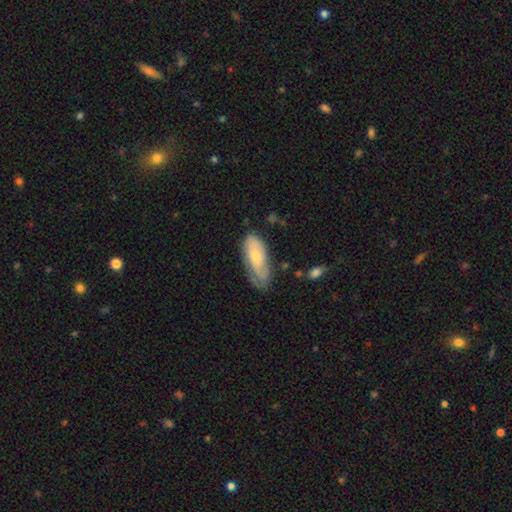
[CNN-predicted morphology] Smooth or featured?
  - smooth: 52% *
  - featured or disk: 42%
  - star or artifact: 7%
How rounded?
  - in between: 77% *
  - cigar-shaped: 20%
  - round: 2%
Merging?
  - none: 52% *
  - minor disturbance: 32%
  - major disturbance: 13%
  - merger: 3%